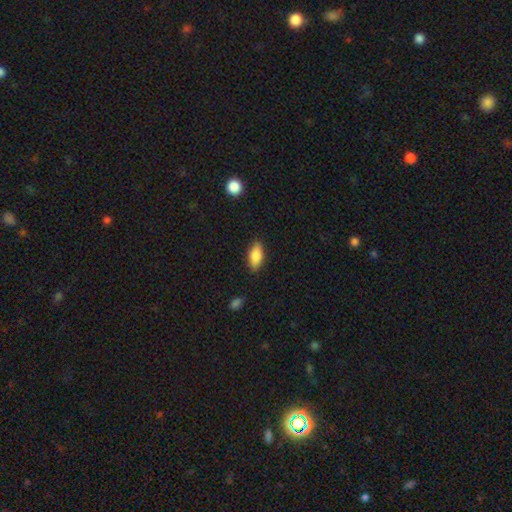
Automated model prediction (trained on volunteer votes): Overall: smooth (86%). How rounded: in between (88%). Merging: none (86%).